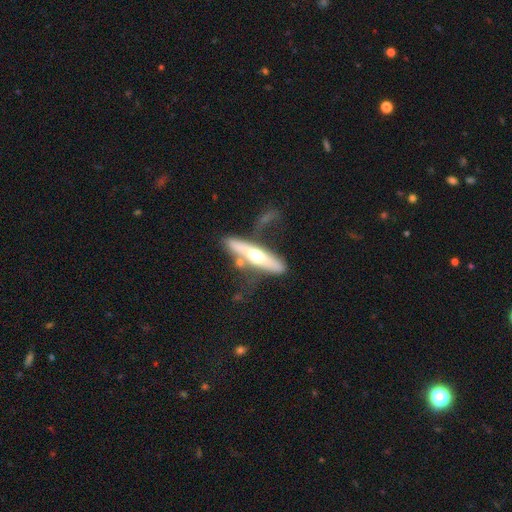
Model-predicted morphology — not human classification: This appears to be a featured or disk galaxy (59%) viewed edge-on (79%). Merging: none (51%).